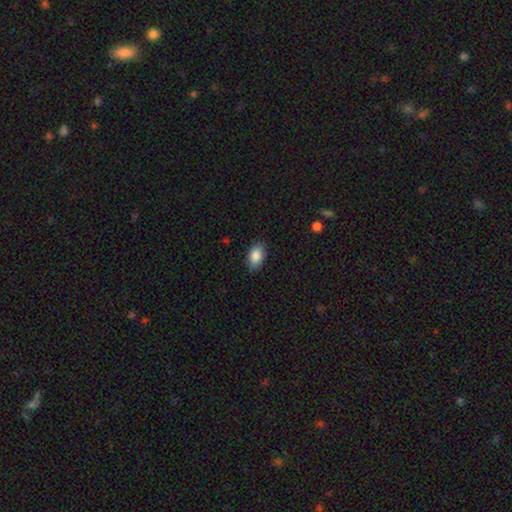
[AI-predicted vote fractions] smooth-or-featured: smooth: 87% | star or artifact: 7% | featured or disk: 6%
  how-rounded: in between: 91% | round: 8% | cigar-shaped: 2%
  merging: none: 85% | minor disturbance: 11% | major disturbance: 2% | merger: 1%